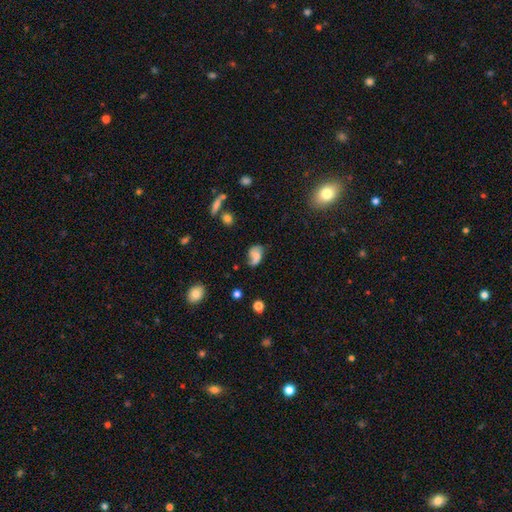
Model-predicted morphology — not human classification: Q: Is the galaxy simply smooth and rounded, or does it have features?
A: featured or disk — 55%.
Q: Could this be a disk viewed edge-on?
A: no — 97%.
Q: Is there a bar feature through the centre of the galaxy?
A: no — 56%.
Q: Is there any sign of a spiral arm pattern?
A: yes — 87%.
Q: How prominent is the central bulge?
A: none — 31%.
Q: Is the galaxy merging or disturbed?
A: none — 55%.